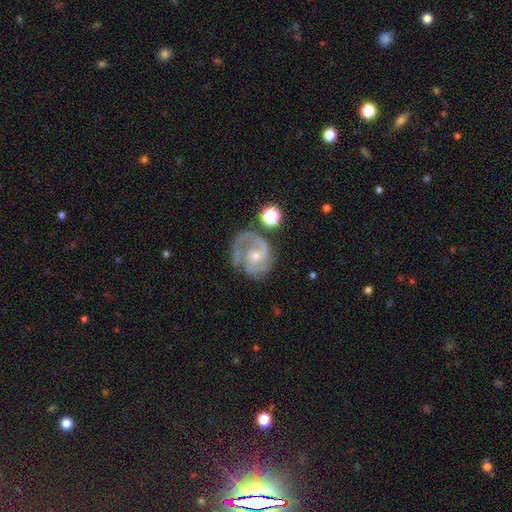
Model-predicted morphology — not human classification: Overall: featured or disk (84%). Edge-on disk: no (98%). Bar: no (67%; weak 27%). Spiral arms: yes (94%). Spiral arm count: 2 (52%; 3 17%). Spiral winding: tight (44%; medium 43%). Bulge size: small (64%; moderate 32%). Merging: none (59%; minor disturbance 21%).